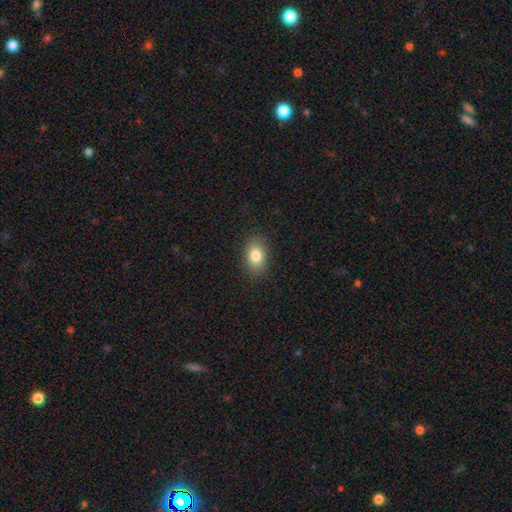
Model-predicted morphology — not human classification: smooth-or-featured: smooth: 83% | star or artifact: 9% | featured or disk: 8%
  how-rounded: in between: 81% | round: 17% | cigar-shaped: 1%
  merging: none: 88% | minor disturbance: 9% | major disturbance: 3% | merger: 1%